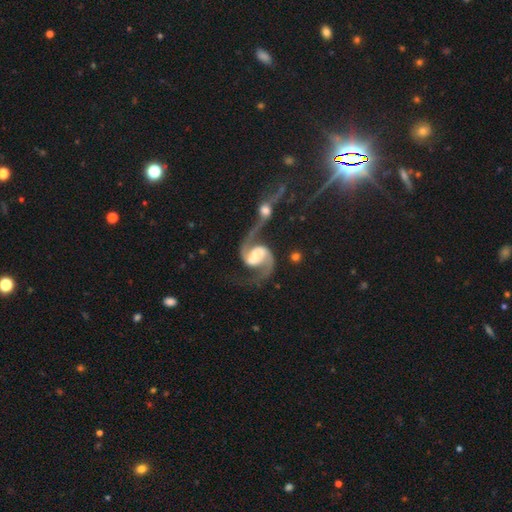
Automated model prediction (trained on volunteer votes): smooth-or-featured: featured or disk: 92% | star or artifact: 4% | smooth: 4%
  disk-edge-on: no: 98% | yes: 2%
    bar: weak: 43% | strong: 35% | no: 22%
    has-spiral-arms: yes: 98% | no: 2%
      spiral-winding: medium: 50% | loose: 38% | tight: 12%
      spiral-arm-count: 2: 93% | 1: 2% | can't tell: 2% | 3: 1% | 4: 1% | more than 4: 1%
    bulge-size: moderate: 56% | small: 25% | large: 14% | none: 3% | dominant: 2%
  merging: merger: 41% | none: 36% | major disturbance: 12% | minor disturbance: 10%